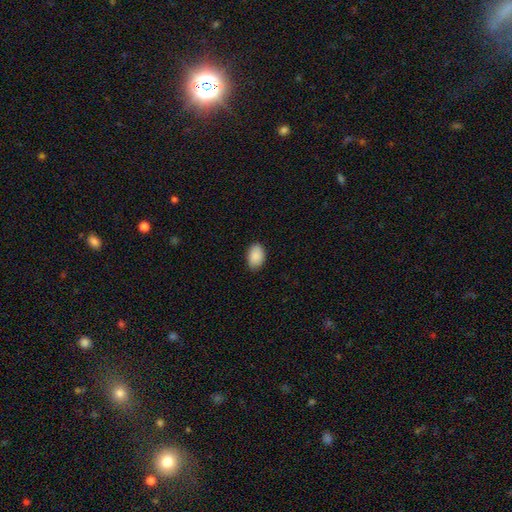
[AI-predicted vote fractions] smooth_or_featured: smooth (p=0.89) [alt: star or artifact p=0.06]
how_rounded: in between (p=0.89) [alt: round p=0.10]
merging: none (p=0.85) [alt: minor disturbance p=0.12]